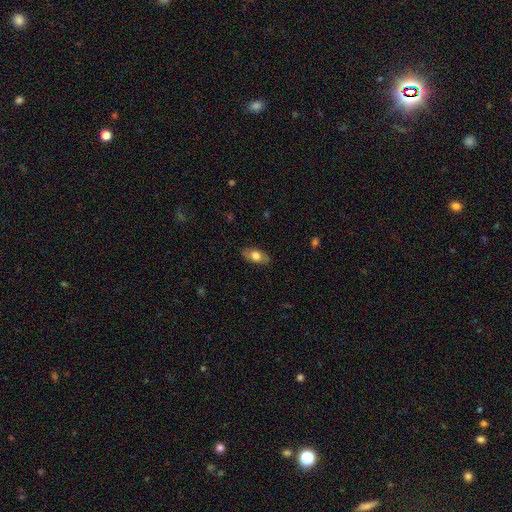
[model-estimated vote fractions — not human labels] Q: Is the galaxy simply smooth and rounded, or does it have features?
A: smooth — 70%.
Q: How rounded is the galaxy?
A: in between — 90%.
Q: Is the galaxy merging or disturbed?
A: none — 83%.